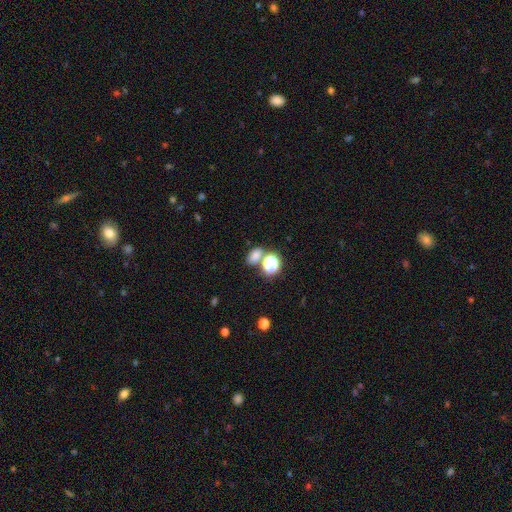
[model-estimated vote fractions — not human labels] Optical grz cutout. It shows a smooth galaxy with no disk features (71%) that is in between round and cigar-shaped (72%). Merging: none (64%).